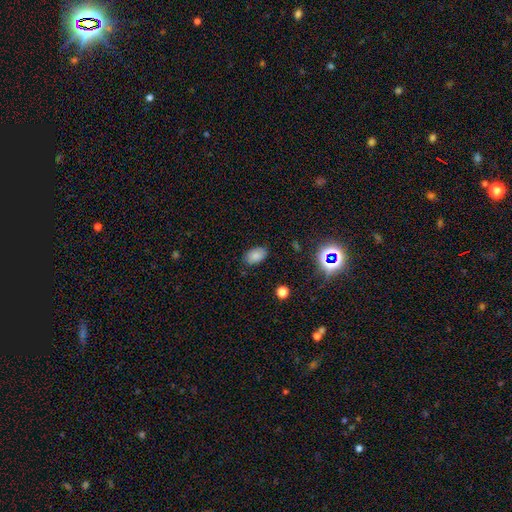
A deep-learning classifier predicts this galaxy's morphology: Smooth or featured? Predicted: smooth (p=0.81). How rounded? Predicted: in between (p=0.90). Merging? Predicted: none (p=0.83).